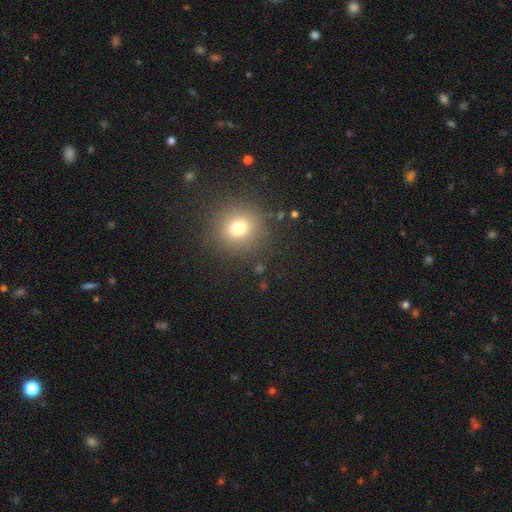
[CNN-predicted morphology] smooth-or-featured: smooth: 61% | star or artifact: 32% | featured or disk: 7%
  how-rounded: round: 92% | in between: 6% | cigar-shaped: 1%
  merging: none: 91% | minor disturbance: 5% | major disturbance: 2% | merger: 2%